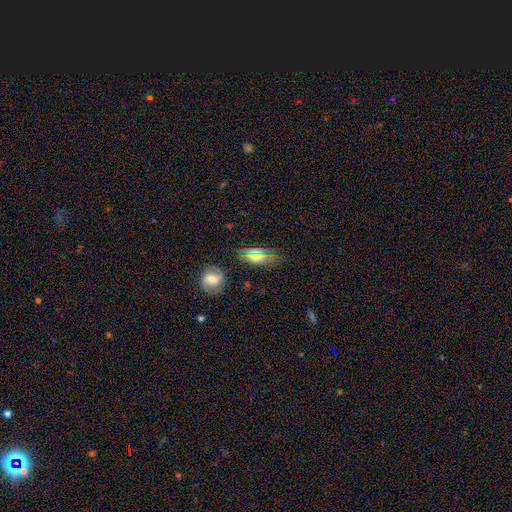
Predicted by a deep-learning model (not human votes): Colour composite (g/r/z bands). It shows a smooth galaxy with no disk features (50%) that is in between round and cigar-shaped (66%). Merging: none (77%).